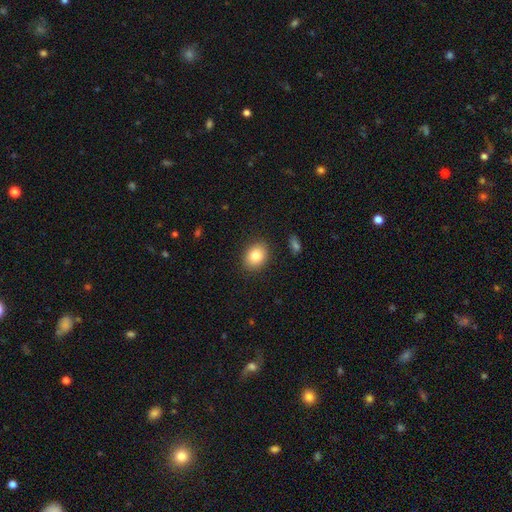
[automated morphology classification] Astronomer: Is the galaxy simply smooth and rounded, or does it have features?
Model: smooth — 83%.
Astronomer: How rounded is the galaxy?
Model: in between — 56% (runner-up: round, 43%).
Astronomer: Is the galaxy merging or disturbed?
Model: none — 87%.